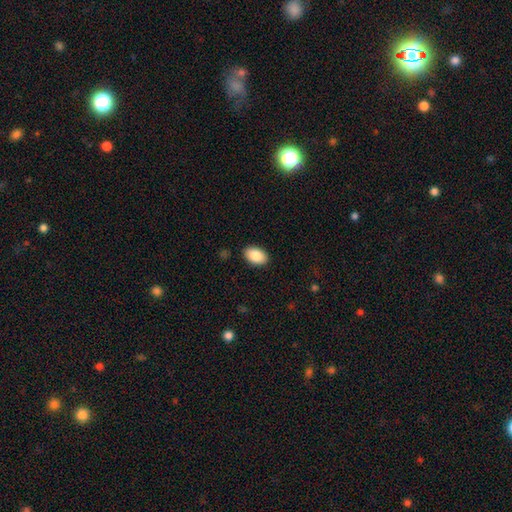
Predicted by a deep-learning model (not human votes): smooth_or_featured: smooth (p=0.86) [alt: featured or disk p=0.07]
how_rounded: in between (p=0.90) [alt: round p=0.08]
merging: none (p=0.89) [alt: minor disturbance p=0.08]